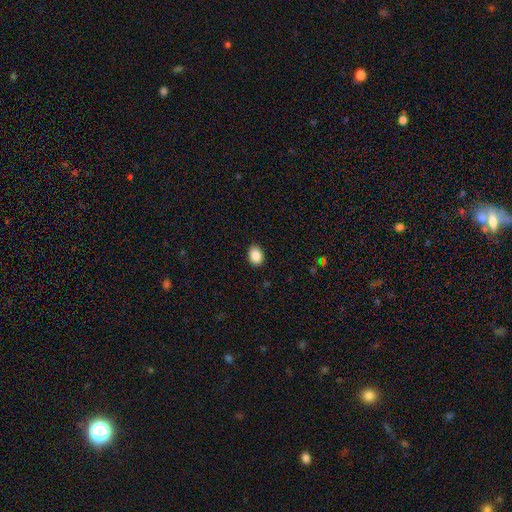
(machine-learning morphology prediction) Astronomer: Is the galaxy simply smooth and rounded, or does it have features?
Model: smooth — 89%.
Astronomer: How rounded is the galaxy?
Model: in between — 72%.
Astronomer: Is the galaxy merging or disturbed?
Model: none — 89%.